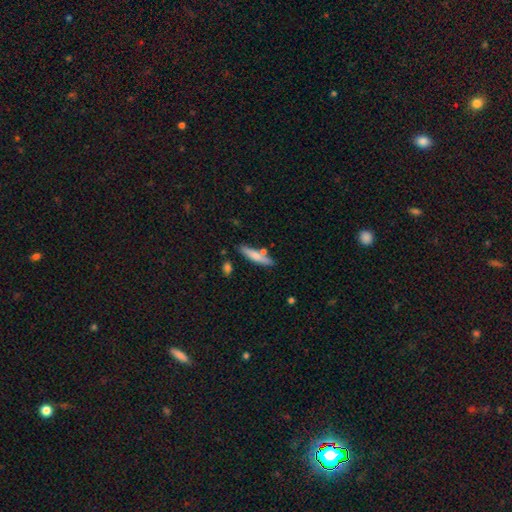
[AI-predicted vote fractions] This appears to be a smooth galaxy with no disk features (69%) that is cigar-shaped (82%). Merging: none (73%).